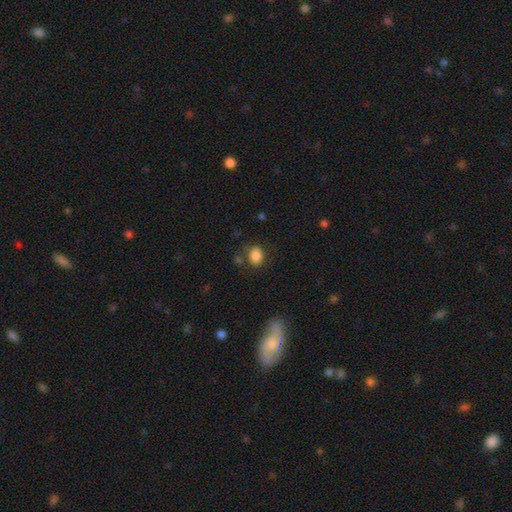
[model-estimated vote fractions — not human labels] Q: Smooth or featured?
A: smooth (85%); runner-up: star or artifact (10%)
Q: How rounded?
A: in between (58%); runner-up: round (41%)
Q: Merging?
A: none (74%); runner-up: minor disturbance (15%)